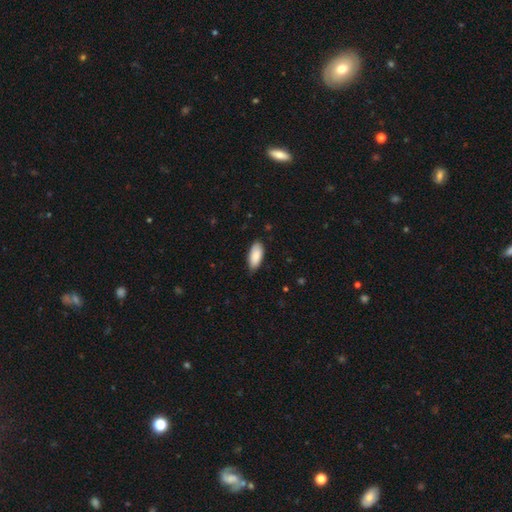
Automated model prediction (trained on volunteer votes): smooth 87%, featured or disk 7%, star or artifact 6%. Down the decision tree: how rounded — in between (89%); merging — none (76%).